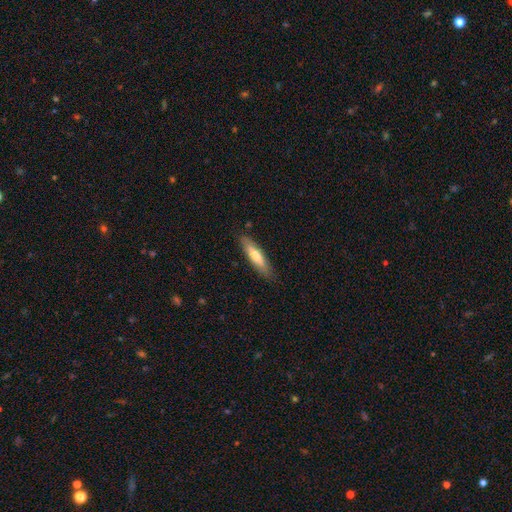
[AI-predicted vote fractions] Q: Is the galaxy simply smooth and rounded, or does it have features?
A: smooth — 61%.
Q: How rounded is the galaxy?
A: cigar-shaped — 73%.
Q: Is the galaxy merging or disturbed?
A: none — 85%.